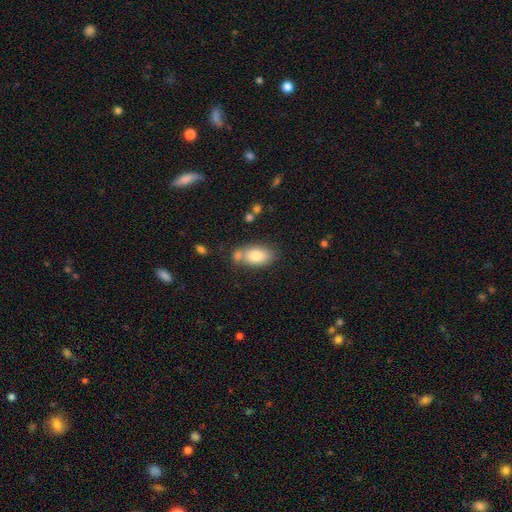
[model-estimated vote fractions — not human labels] A smooth galaxy with no disk features (81%) that is in between round and cigar-shaped (92%).

Vote fractions:
- Smooth or featured? smooth: 81% / featured or disk: 12% / star or artifact: 7%
- How rounded? in between: 92% / round: 5% / cigar-shaped: 3%
- Merging? none: 59% / merger: 21% / minor disturbance: 16% / major disturbance: 4%